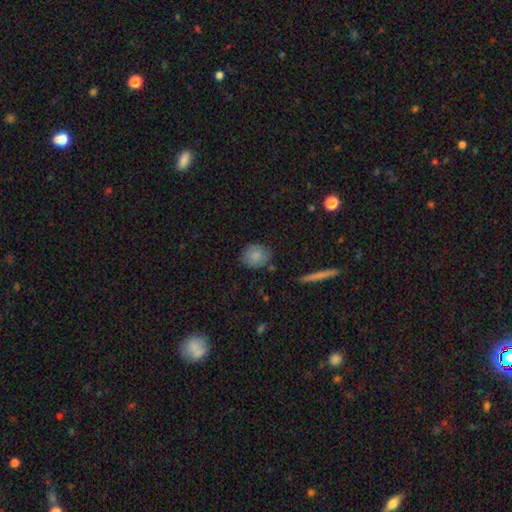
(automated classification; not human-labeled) smooth-or-featured: smooth: 83% | featured or disk: 10% | star or artifact: 7%
  how-rounded: round: 72% | in between: 26% | cigar-shaped: 2%
  merging: none: 81% | minor disturbance: 14% | major disturbance: 3% | merger: 2%